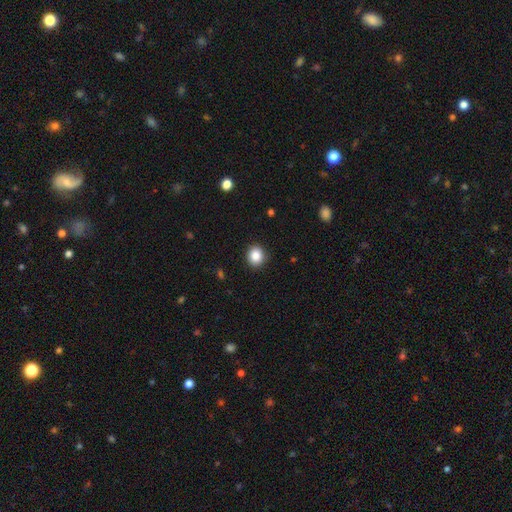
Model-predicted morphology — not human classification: Smooth or featured: smooth — 87% (star or artifact — 9%)
How rounded: round — 78% (in between — 22%)
Merging: none — 89% (minor disturbance — 8%)